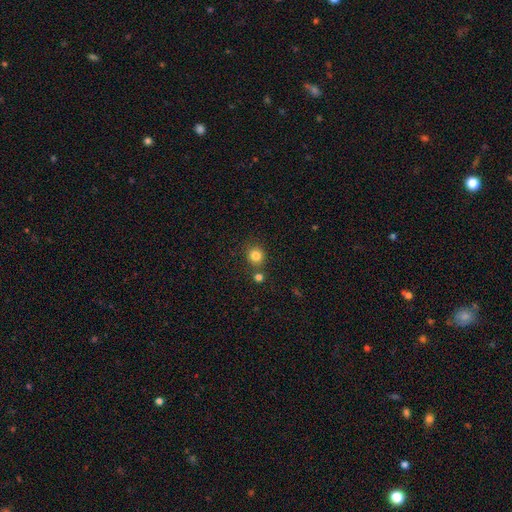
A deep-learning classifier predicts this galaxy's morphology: Smooth or featured: smooth — 82% (star or artifact — 12%)
How rounded: round — 88% (in between — 11%)
Merging: none — 75% (merger — 14%)